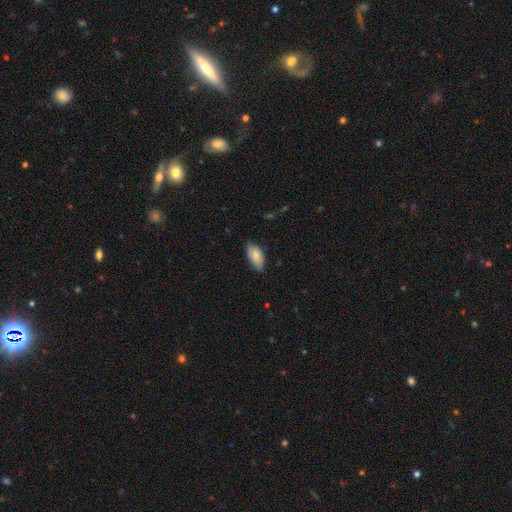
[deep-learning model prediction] A smooth galaxy with no disk features (84%) that is in between round and cigar-shaped (94%).

Vote fractions:
- Smooth or featured? smooth: 84% / featured or disk: 10% / star or artifact: 6%
- How rounded? in between: 94% / cigar-shaped: 4% / round: 2%
- Merging? none: 77% / minor disturbance: 20% / major disturbance: 3% / merger: 1%